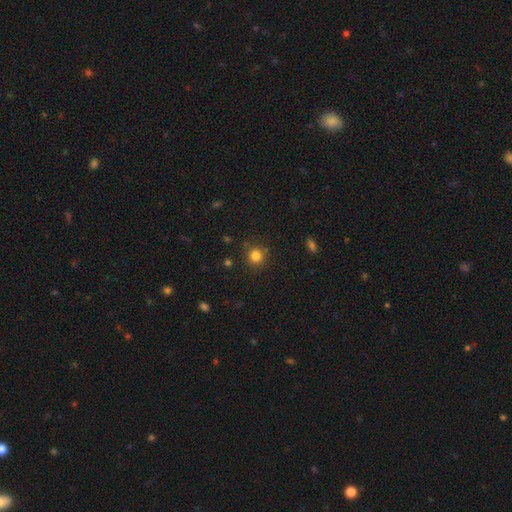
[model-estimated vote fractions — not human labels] This is clearly a smooth galaxy (81%). How rounded: clearly round (90%). Merging: clearly none (84%).